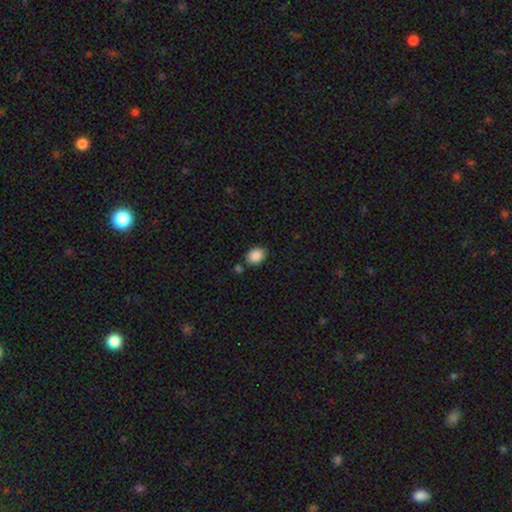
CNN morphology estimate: smooth_or_featured: smooth (p=0.88) [alt: star or artifact p=0.08]
how_rounded: in between (p=0.65) [alt: round p=0.34]
merging: none (p=0.80) [alt: minor disturbance p=0.11]